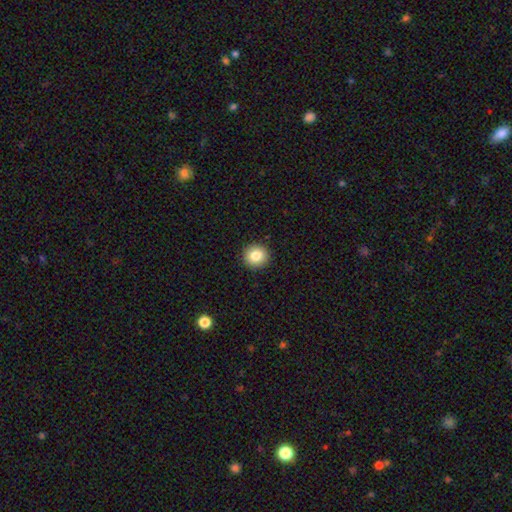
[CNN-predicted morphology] The model was most divided on "smooth or featured": smooth: 84%, star or artifact: 9%, featured or disk: 7%. More confident: merging — none (92%); how rounded — round (92%).